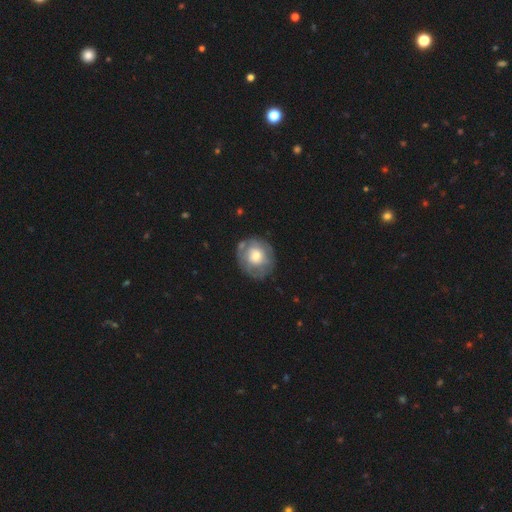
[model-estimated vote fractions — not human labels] smooth 50%, featured or disk 43%, star or artifact 7%. Down the decision tree: how rounded — round (77%); merging — none (68%).